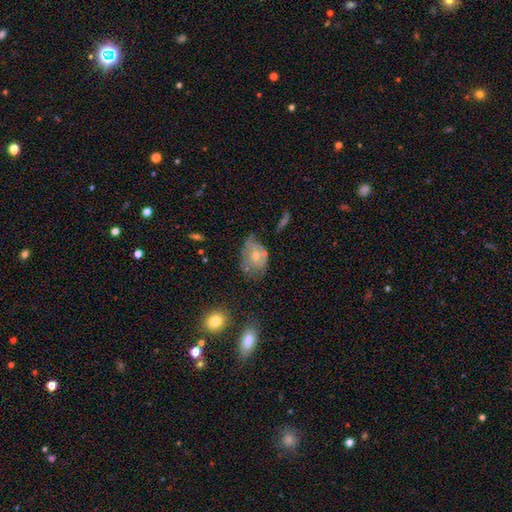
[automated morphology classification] Smooth or featured?
  - featured or disk: 49% *
  - smooth: 38%
  - star or artifact: 13%
Merging?
  - none: 49% *
  - minor disturbance: 28%
  - major disturbance: 15%
  - merger: 8%